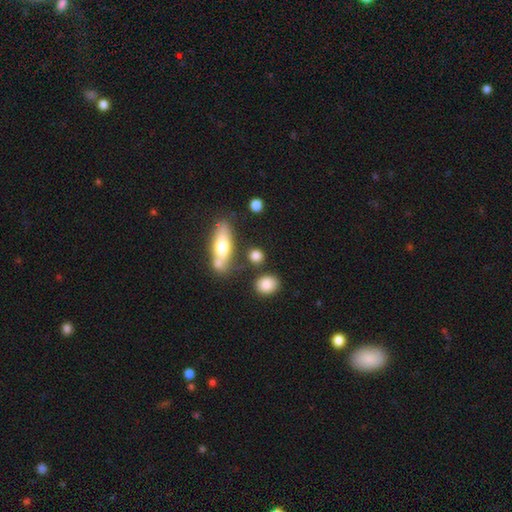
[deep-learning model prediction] Overall: smooth (79%). How rounded: round (59%; in between 31%). Merging: none (69%).